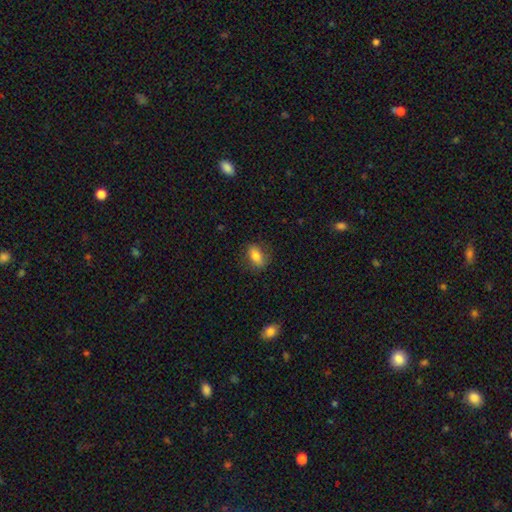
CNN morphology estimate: The model was most divided on "smooth or featured": smooth: 76%, featured or disk: 16%, star or artifact: 8%. More confident: merging — none (82%); how rounded — in between (80%).